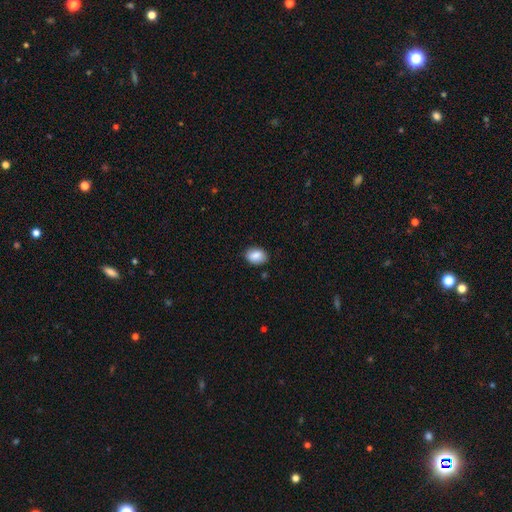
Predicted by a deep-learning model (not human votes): smooth_or_featured: smooth (p=0.87) [alt: star or artifact p=0.08]
how_rounded: in between (p=0.77) [alt: round p=0.22]
merging: none (p=0.83) [alt: minor disturbance p=0.13]